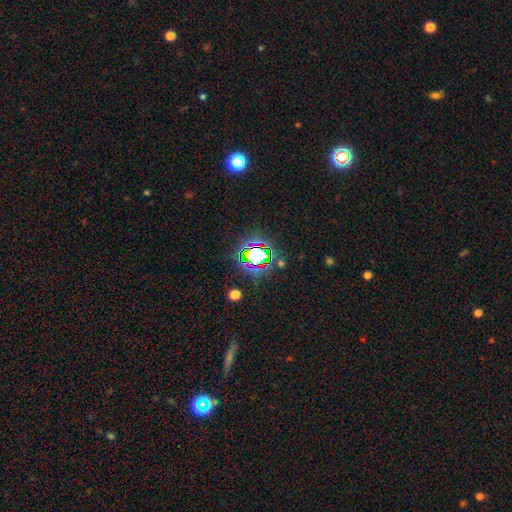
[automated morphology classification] type=star or artifact (67%).